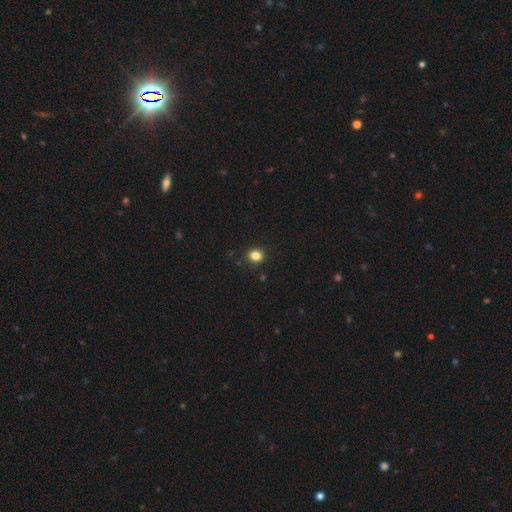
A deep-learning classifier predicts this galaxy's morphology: This appears to be a smooth galaxy with no disk features (84%) that is round (70%). Merging: none (89%).